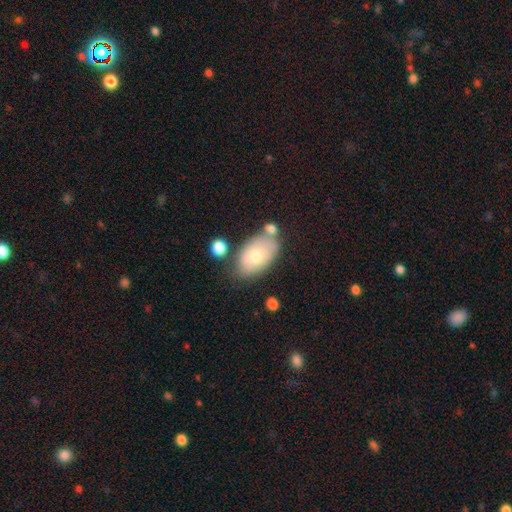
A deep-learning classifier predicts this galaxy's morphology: Smooth or featured?
  - smooth: 67% *
  - featured or disk: 26%
  - star or artifact: 7%
How rounded?
  - in between: 92% *
  - round: 7%
  - cigar-shaped: 1%
Merging?
  - none: 63% *
  - minor disturbance: 20%
  - merger: 11%
  - major disturbance: 6%